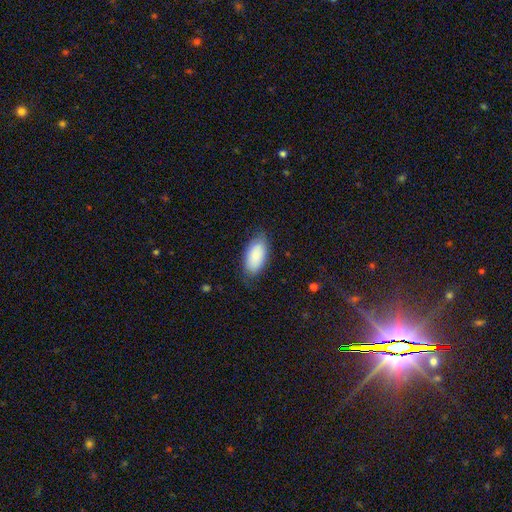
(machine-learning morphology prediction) A smooth galaxy with no disk features (85%) that is in between round and cigar-shaped (94%).

Vote fractions:
- Smooth or featured? smooth: 85% / featured or disk: 8% / star or artifact: 6%
- How rounded? in between: 94% / cigar-shaped: 3% / round: 2%
- Merging? none: 78% / minor disturbance: 17% / major disturbance: 4% / merger: 1%